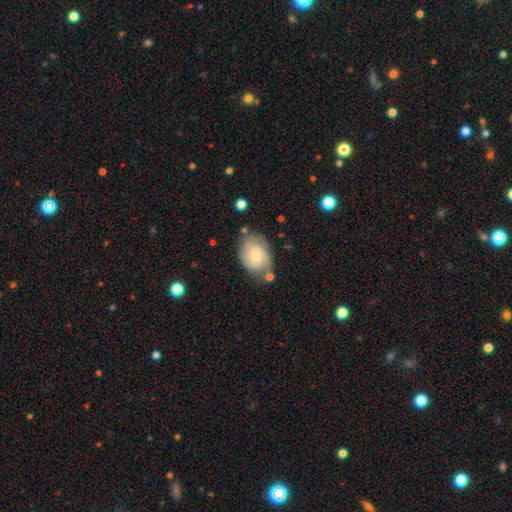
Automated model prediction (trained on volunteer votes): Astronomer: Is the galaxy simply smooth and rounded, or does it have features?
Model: featured or disk — 55% (runner-up: smooth, 39%).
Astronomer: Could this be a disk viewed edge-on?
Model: no — 96%.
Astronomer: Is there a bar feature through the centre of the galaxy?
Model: no — 66%.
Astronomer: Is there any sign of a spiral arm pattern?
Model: yes — 86%.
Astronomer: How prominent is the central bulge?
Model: small — 54% (runner-up: moderate, 40%).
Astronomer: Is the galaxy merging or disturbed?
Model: none — 59%.